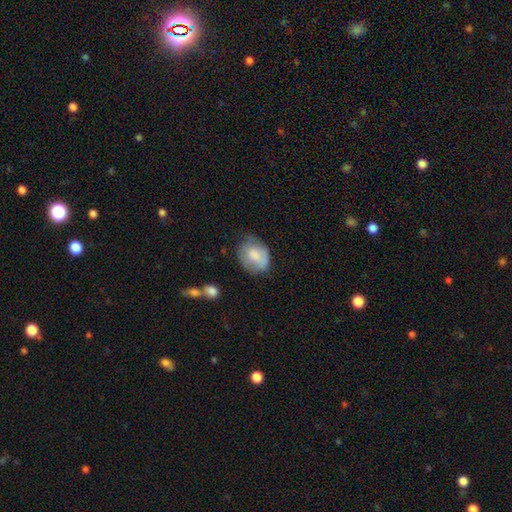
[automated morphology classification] Q: Smooth or featured?
A: smooth (73%); runner-up: featured or disk (20%)
Q: How rounded?
A: in between (55%); runner-up: round (44%)
Q: Merging?
A: none (51%); runner-up: minor disturbance (33%)